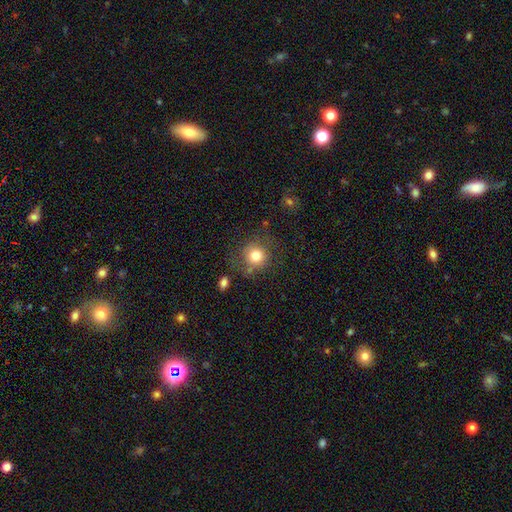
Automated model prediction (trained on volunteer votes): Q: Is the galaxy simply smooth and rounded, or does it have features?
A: smooth — 78%.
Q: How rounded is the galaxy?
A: round — 91%.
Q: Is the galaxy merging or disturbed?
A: none — 76%.